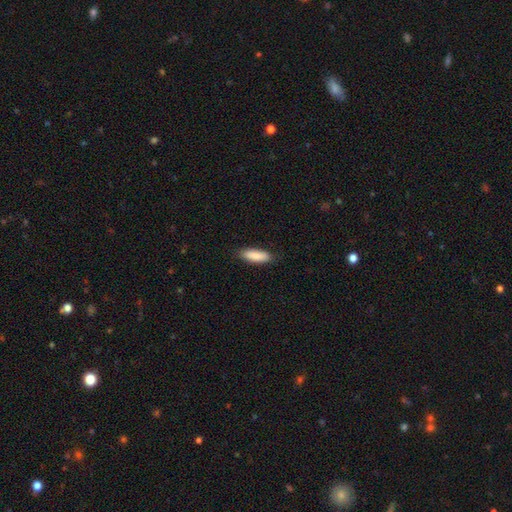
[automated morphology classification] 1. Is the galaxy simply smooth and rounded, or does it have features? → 88% smooth, 6% featured or disk, 6% star or artifact.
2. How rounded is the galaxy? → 56% in between, 42% cigar-shaped, 2% round.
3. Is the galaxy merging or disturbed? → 85% none, 12% minor disturbance, 2% major disturbance, 1% merger.